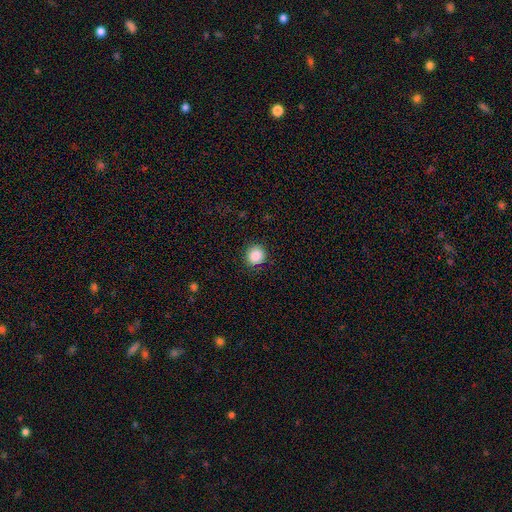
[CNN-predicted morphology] Overall: smooth (88%). How rounded: round (89%). Merging: none (89%).